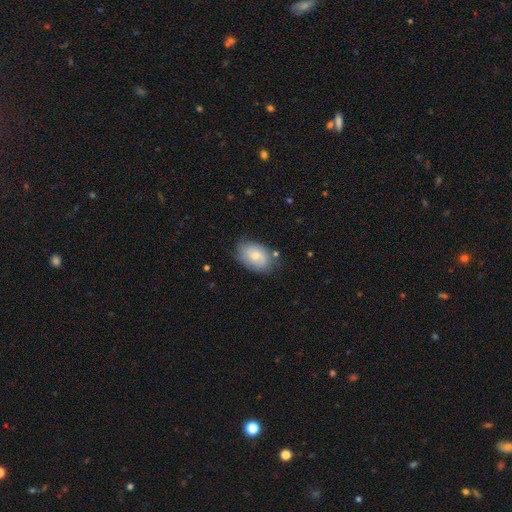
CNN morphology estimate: Q: Smooth or featured?
A: smooth (69%); runner-up: featured or disk (24%)
Q: How rounded?
A: in between (87%); runner-up: round (12%)
Q: Merging?
A: none (71%); runner-up: minor disturbance (21%)